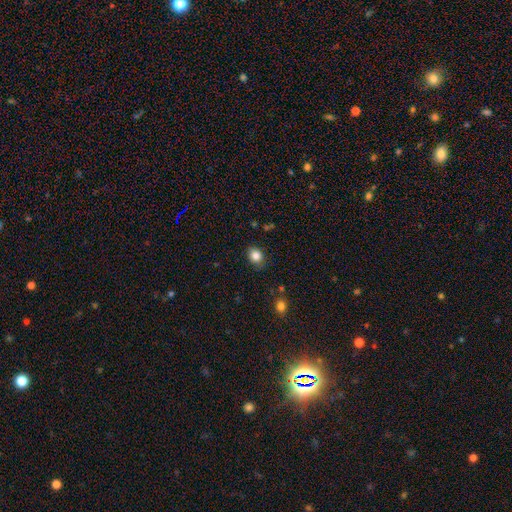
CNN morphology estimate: This appears to be a smooth galaxy with no disk features (84%) that is round (55%). Merging: none (82%).